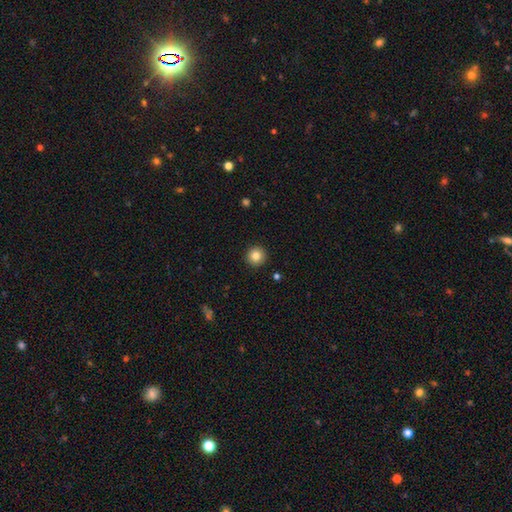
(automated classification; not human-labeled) Overall: smooth (84%). How rounded: round (96%). Merging: none (93%).